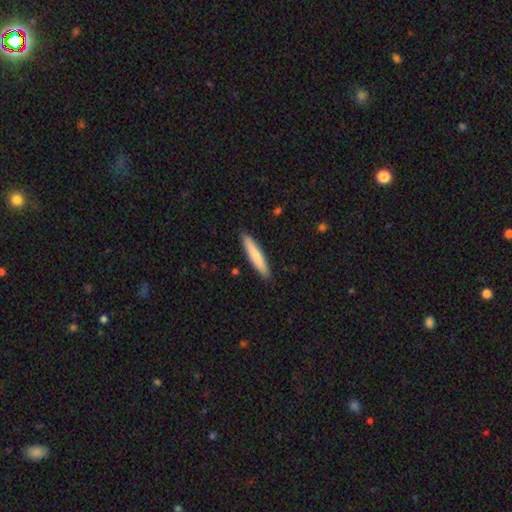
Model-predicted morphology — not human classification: Q: Smooth or featured?
A: smooth (76%); runner-up: featured or disk (19%)
Q: How rounded?
A: cigar-shaped (91%); runner-up: in between (7%)
Q: Merging?
A: none (90%); runner-up: minor disturbance (7%)